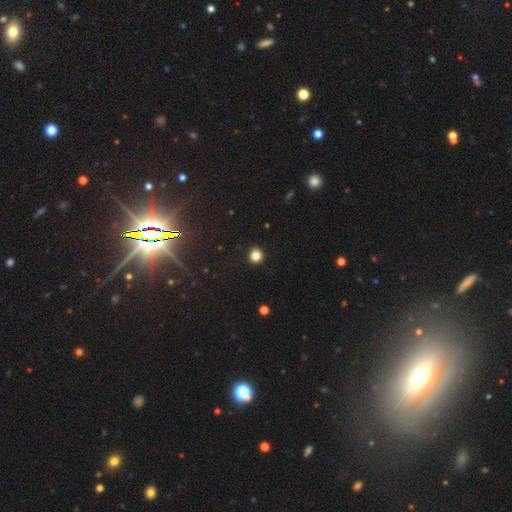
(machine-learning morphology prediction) A smooth galaxy with no disk features (84%) that is round (91%). Merging: none (93%).